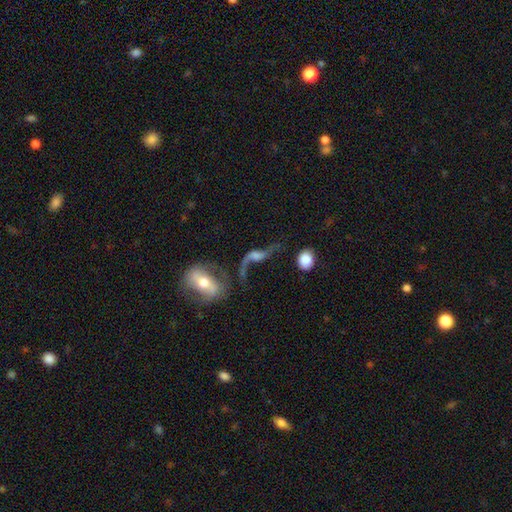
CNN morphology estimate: Q: Smooth or featured?
A: featured or disk (77%); runner-up: smooth (14%)
Q: Edge-on disk?
A: no (88%); runner-up: yes (12%)
Q: Bar?
A: no (48%); runner-up: weak (33%)
Q: Spiral arms?
A: yes (90%); runner-up: no (10%)
Q: Spiral winding?
A: loose (91%); runner-up: medium (7%)
Q: Spiral arm count?
A: 2 (89%); runner-up: 1 (6%)
Q: Bulge size?
A: moderate (38%); runner-up: small (32%)
Q: Merging?
A: none (44%); runner-up: major disturbance (23%)